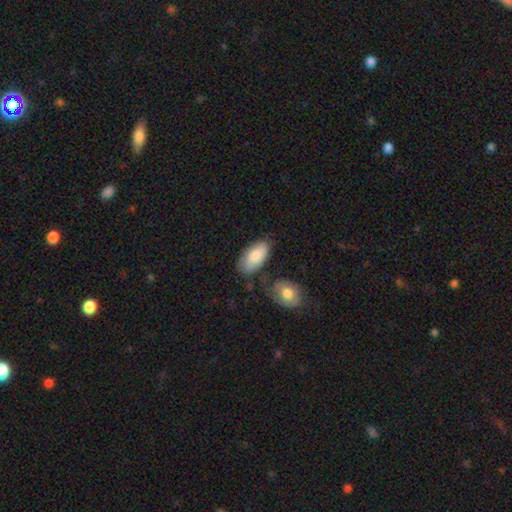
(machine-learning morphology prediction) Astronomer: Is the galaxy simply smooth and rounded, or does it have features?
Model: smooth — 80%.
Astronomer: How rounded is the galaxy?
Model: in between — 94%.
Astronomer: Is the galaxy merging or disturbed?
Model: none — 61%.